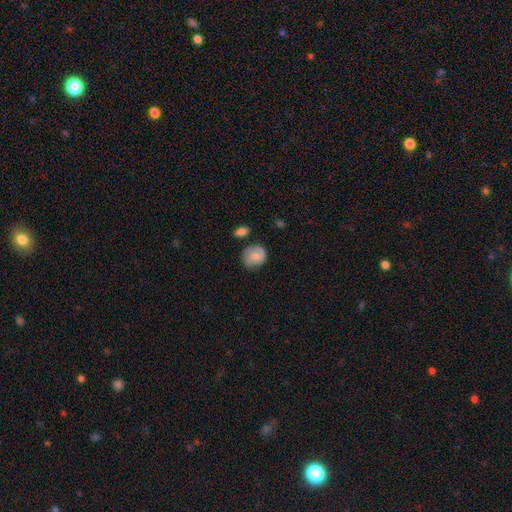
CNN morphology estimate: smooth-or-featured: smooth: 76% | featured or disk: 17% | star or artifact: 7%
  how-rounded: round: 74% | in between: 25% | cigar-shaped: 1%
  merging: none: 56% | minor disturbance: 31% | major disturbance: 9% | merger: 4%